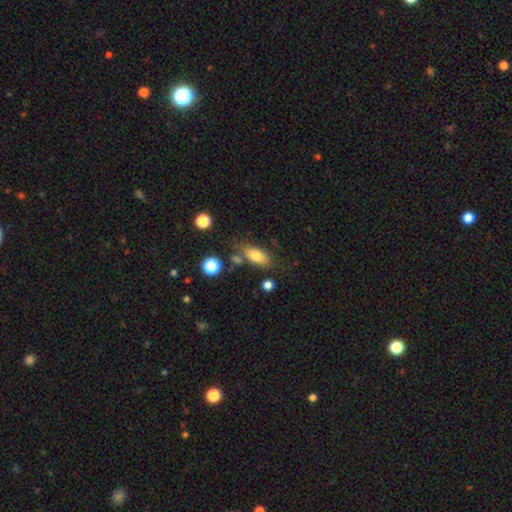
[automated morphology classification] Smooth or featured? Predicted: smooth (p=0.77). How rounded? Predicted: in between (p=0.84). Merging? Predicted: none (p=0.66).